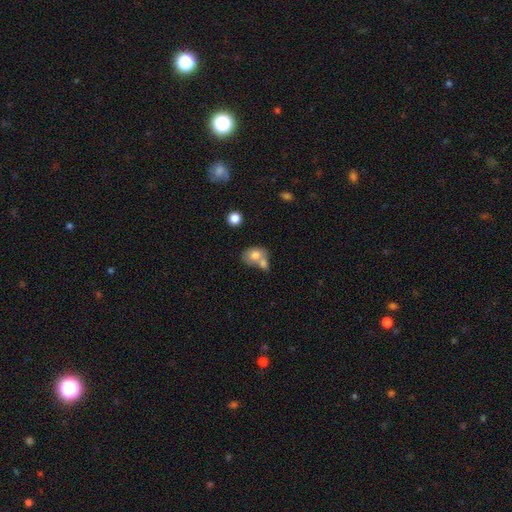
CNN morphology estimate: A smooth galaxy with no disk features (75%) that is in between round and cigar-shaped (60%). Merging: merger (58%).